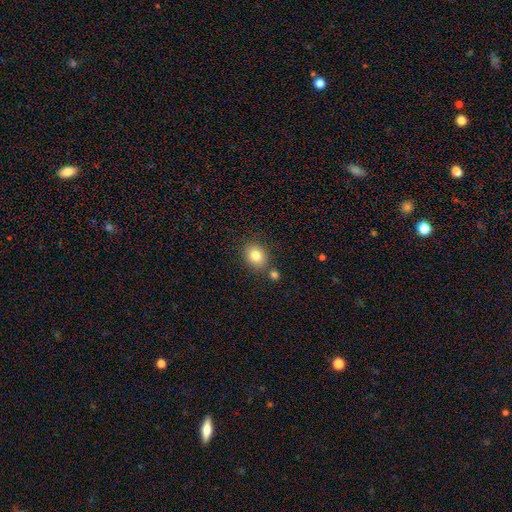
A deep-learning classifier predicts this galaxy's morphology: A smooth galaxy with no disk features (82%) that is round (56%). Merging: none (77%).